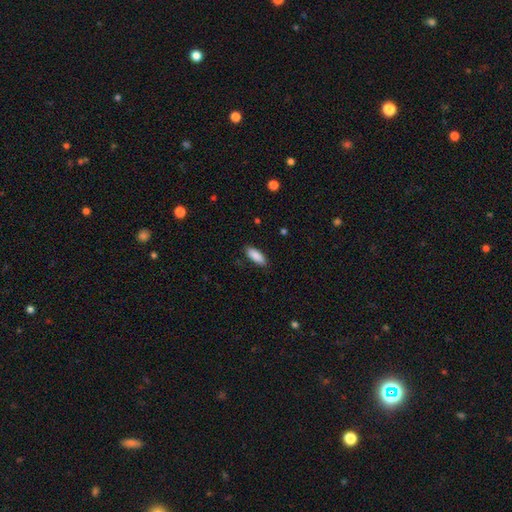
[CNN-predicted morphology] Smooth or featured? smooth (89%)
How rounded? in between (78%)
Merging? none (86%)